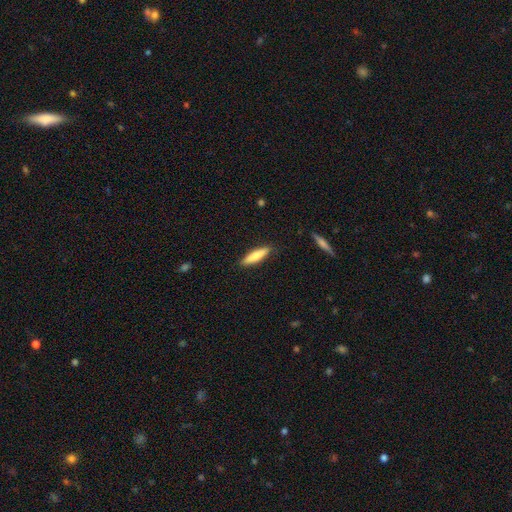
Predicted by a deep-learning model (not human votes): Smooth or featured: smooth — 77% (featured or disk — 18%)
How rounded: cigar-shaped — 73% (in between — 25%)
Merging: none — 88% (minor disturbance — 9%)